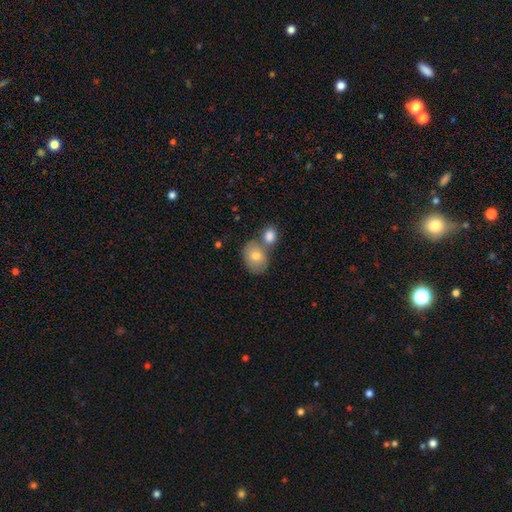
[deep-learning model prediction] smooth_or_featured: smooth (p=0.76) [alt: featured or disk p=0.17]
how_rounded: in between (p=0.60) [alt: round p=0.39]
merging: merger (p=0.43) [alt: none p=0.42]